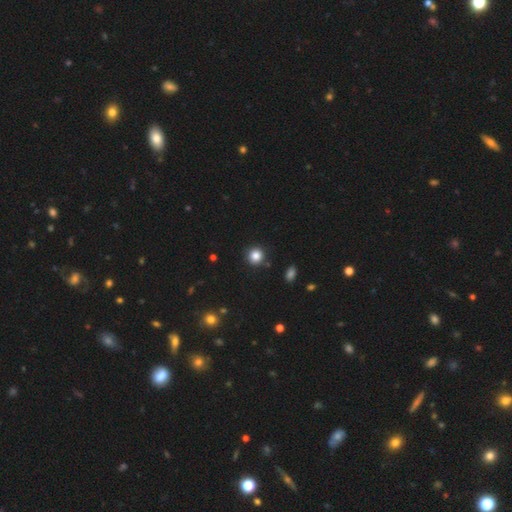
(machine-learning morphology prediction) type=smooth (84%); roundness=round (93%); merging=none (90%).